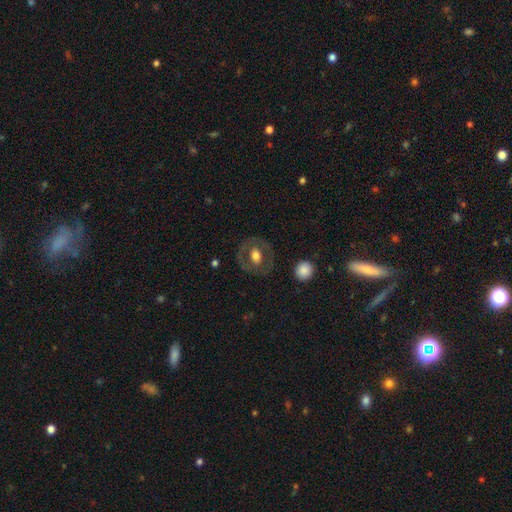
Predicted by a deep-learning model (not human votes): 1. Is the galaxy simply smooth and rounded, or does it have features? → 48% smooth, 45% featured or disk, 7% star or artifact.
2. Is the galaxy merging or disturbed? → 79% none, 12% minor disturbance, 7% major disturbance, 1% merger.